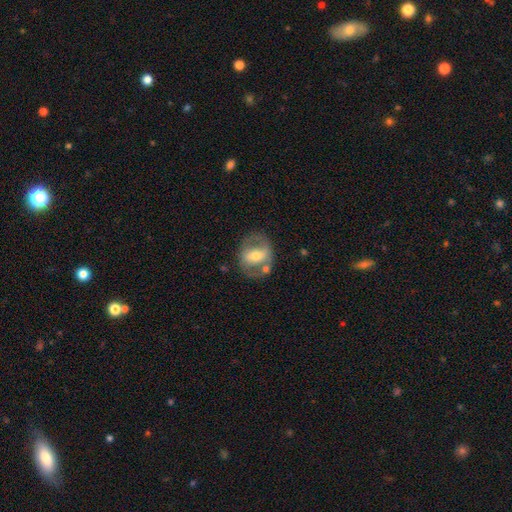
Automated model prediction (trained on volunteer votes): Overall: featured or disk (58%; smooth 35%). Edge-on disk: no (93%). Bar: strong (40%; weak 33%). Spiral arms: no (62%; yes 38%). Bulge size: moderate (62%; small 26%). Merging: none (63%).